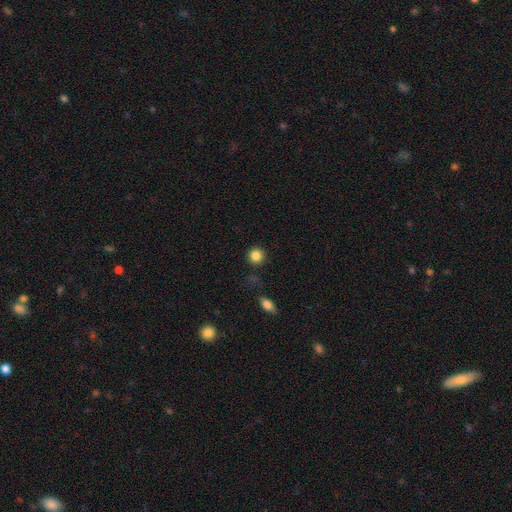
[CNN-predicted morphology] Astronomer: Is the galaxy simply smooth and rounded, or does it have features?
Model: smooth — 85%.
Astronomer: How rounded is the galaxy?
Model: round — 92%.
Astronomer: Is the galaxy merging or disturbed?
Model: none — 86%.